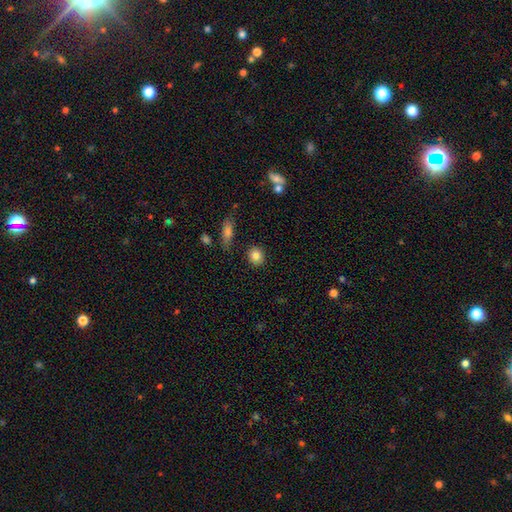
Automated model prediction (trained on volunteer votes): Smooth or featured: smooth — 84% (star or artifact — 9%)
How rounded: round — 77% (in between — 22%)
Merging: none — 87% (minor disturbance — 8%)